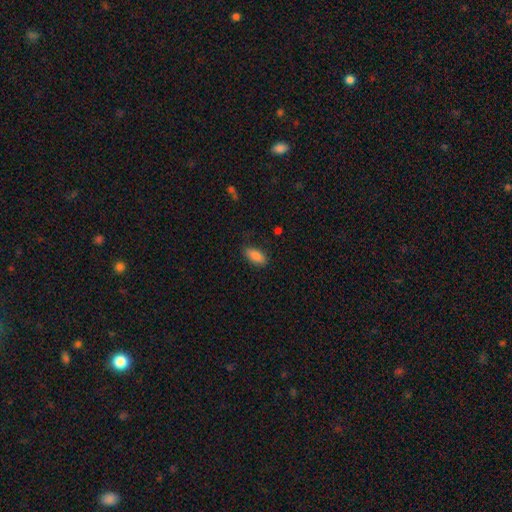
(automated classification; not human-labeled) Smooth or featured?
  - smooth: 86% *
  - star or artifact: 7%
  - featured or disk: 6%
How rounded?
  - in between: 86% *
  - cigar-shaped: 11%
  - round: 3%
Merging?
  - none: 81% *
  - minor disturbance: 15%
  - major disturbance: 3%
  - merger: 1%